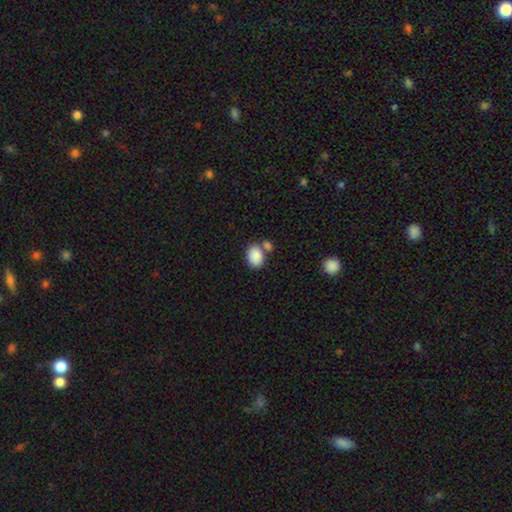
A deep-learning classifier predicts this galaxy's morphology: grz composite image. It shows a smooth galaxy with no disk features (86%) that is in between round and cigar-shaped (74%). Merging: none (52%).